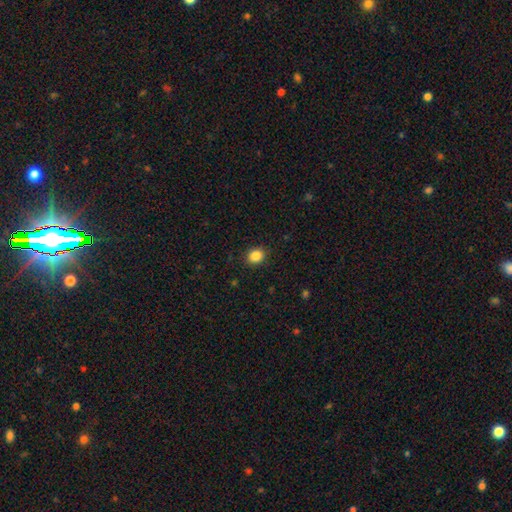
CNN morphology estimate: This is clearly a smooth galaxy (86%). How rounded: likely round (66%). Merging: clearly none (89%).